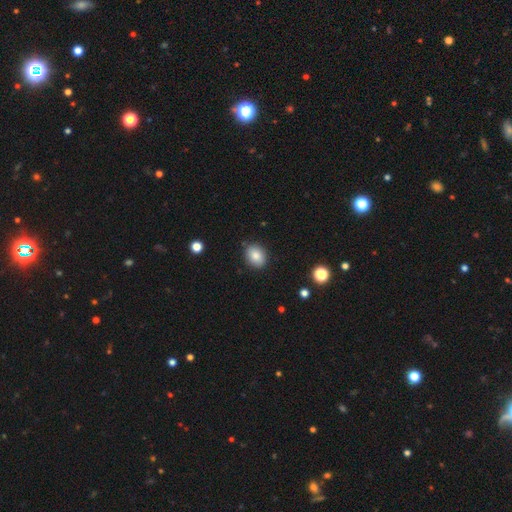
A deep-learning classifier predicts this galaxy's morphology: Smooth or featured: smooth — 85% (star or artifact — 9%)
How rounded: in between — 57% (round — 42%)
Merging: none — 86% (minor disturbance — 10%)